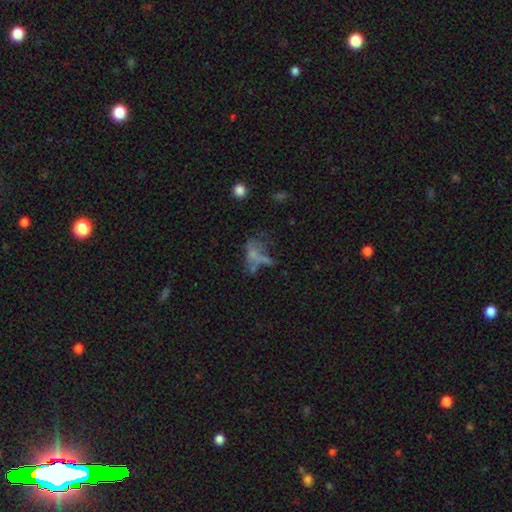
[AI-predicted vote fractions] Smooth or featured: smooth — 48% (featured or disk — 31%)
Merging: none — 29% (major disturbance — 28%)